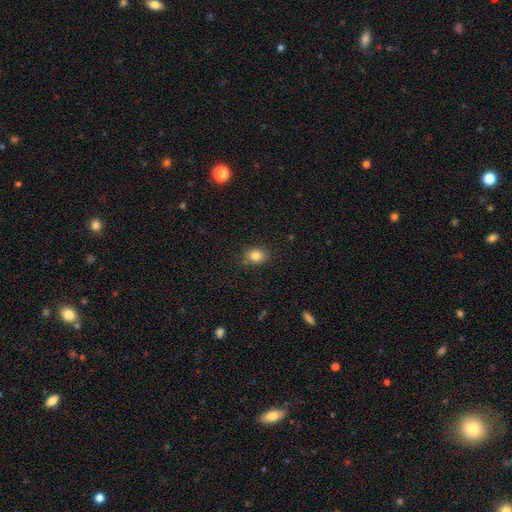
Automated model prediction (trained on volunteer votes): Q: Smooth or featured?
A: smooth (83%); runner-up: star or artifact (11%)
Q: How rounded?
A: round (55%); runner-up: in between (44%)
Q: Merging?
A: none (80%); runner-up: minor disturbance (14%)